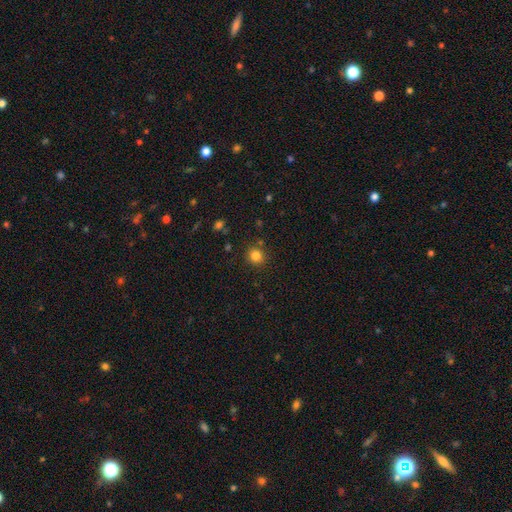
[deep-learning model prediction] smooth-or-featured: smooth: 82% | star or artifact: 13% | featured or disk: 5%
  how-rounded: round: 89% | in between: 10% | cigar-shaped: 1%
  merging: none: 86% | minor disturbance: 8% | merger: 3% | major disturbance: 3%